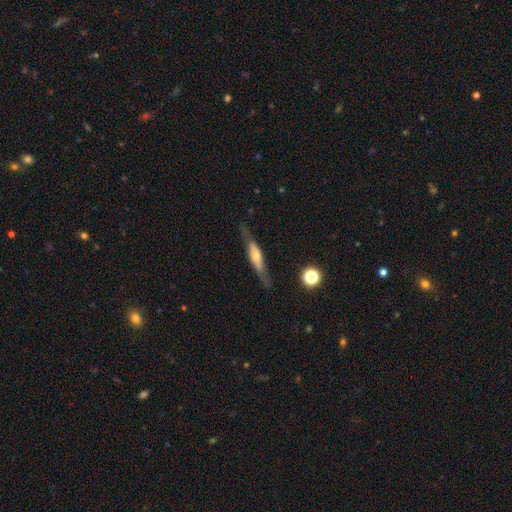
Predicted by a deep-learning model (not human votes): Overall: featured or disk (56%; smooth 37%). Edge-on disk: yes (83%). Merging: none (79%).